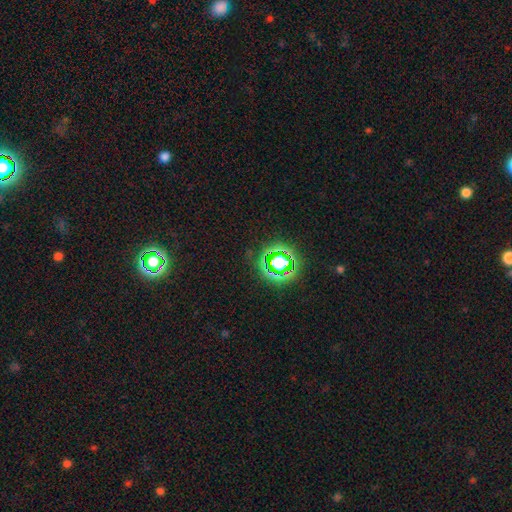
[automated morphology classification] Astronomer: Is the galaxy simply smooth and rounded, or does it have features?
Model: star or artifact — 76%.